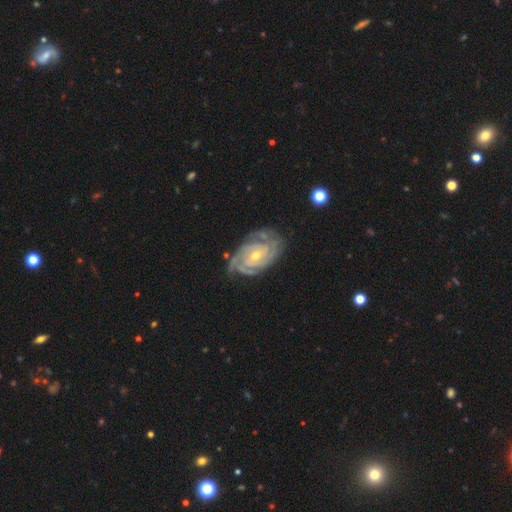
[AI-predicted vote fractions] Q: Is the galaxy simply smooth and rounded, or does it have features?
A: featured or disk — 90%.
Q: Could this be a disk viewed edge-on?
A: no — 97%.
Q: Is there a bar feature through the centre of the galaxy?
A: no — 61%.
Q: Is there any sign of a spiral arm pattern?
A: yes — 98%.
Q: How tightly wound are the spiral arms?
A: tight — 75%.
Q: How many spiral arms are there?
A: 3 — 28%.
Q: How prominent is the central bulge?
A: small — 61%.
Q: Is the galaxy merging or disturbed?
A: none — 73%.